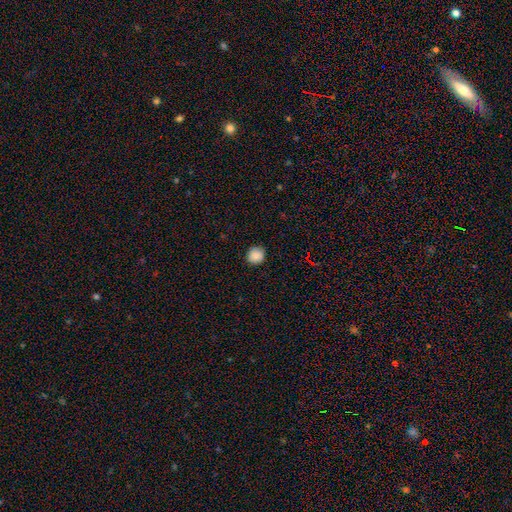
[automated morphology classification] Overall: smooth (87%). How rounded: round (86%). Merging: none (89%).